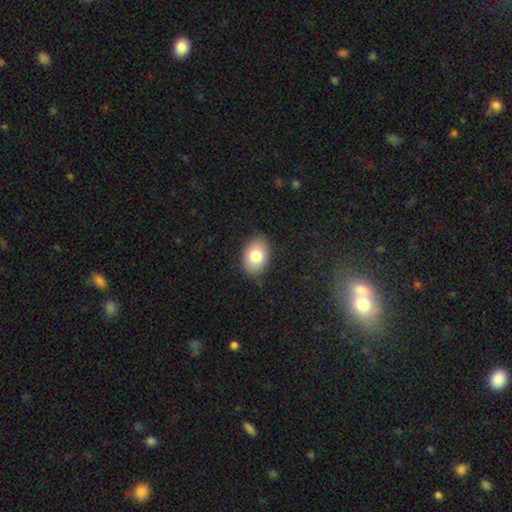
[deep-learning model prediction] Smooth or featured: smooth — 81% (featured or disk — 11%)
How rounded: in between — 84% (round — 15%)
Merging: none — 85% (minor disturbance — 11%)